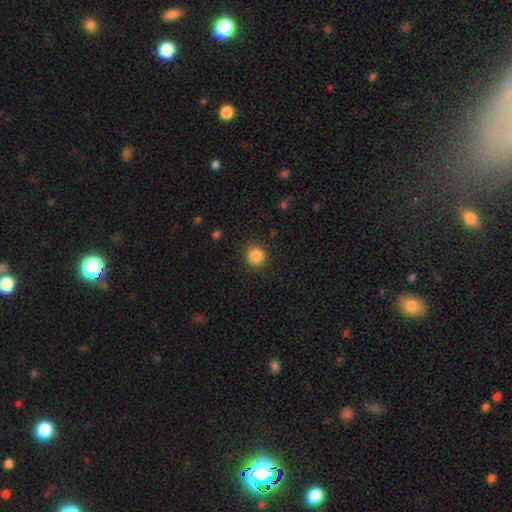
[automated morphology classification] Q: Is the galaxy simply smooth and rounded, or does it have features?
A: smooth — 86%.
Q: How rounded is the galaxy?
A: round — 91%.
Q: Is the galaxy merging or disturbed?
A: none — 89%.